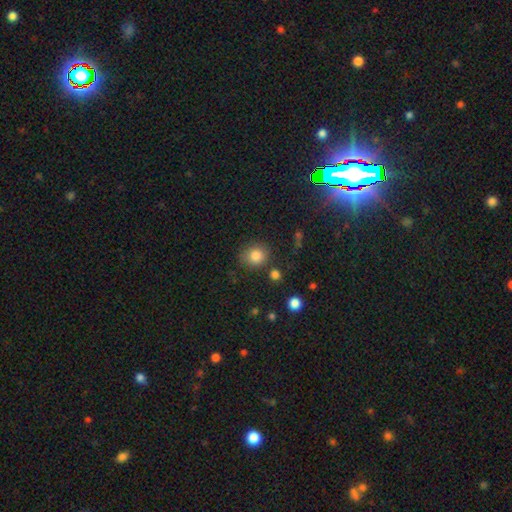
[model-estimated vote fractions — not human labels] The model was most divided on "how rounded": round: 78%, in between: 21%, cigar-shaped: 1%. More confident: smooth or featured — smooth (84%); merging — none (79%).